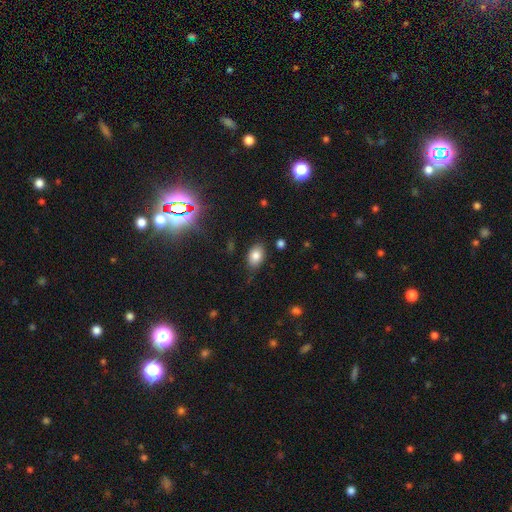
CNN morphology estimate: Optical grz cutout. It shows a smooth galaxy with no disk features (81%) that is in between round and cigar-shaped (86%). Merging: none (76%).